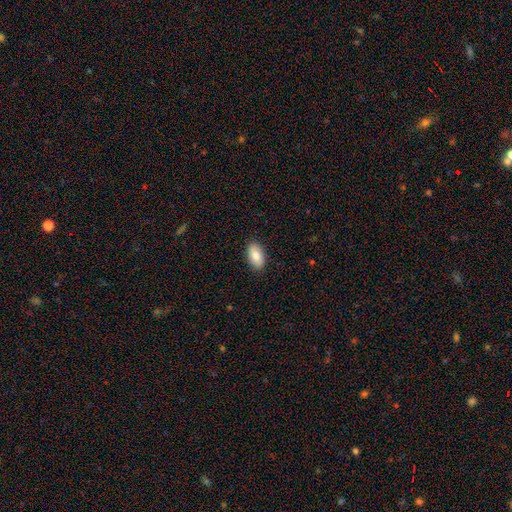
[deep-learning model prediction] Q: Smooth or featured?
A: smooth (82%); runner-up: featured or disk (12%)
Q: How rounded?
A: in between (93%); runner-up: round (4%)
Q: Merging?
A: none (89%); runner-up: minor disturbance (8%)